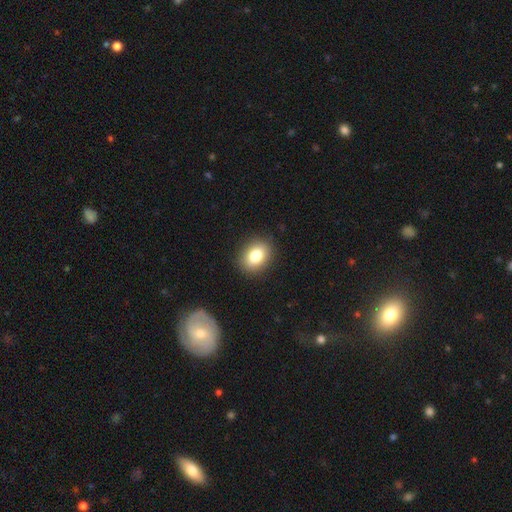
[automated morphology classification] Smooth or featured? Predicted: smooth (p=0.81). How rounded? Predicted: in between (p=0.57). Merging? Predicted: none (p=0.89).